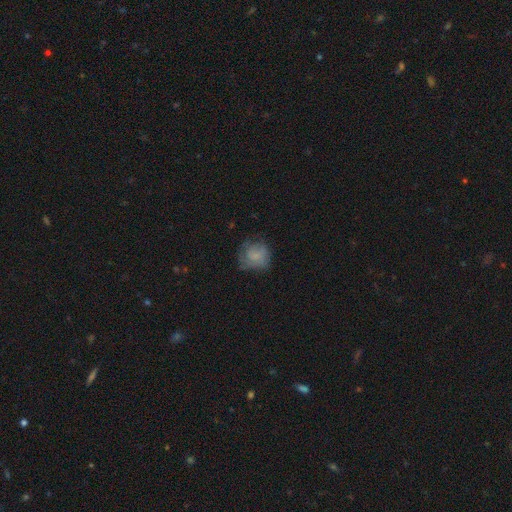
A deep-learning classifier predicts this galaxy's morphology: Smooth or featured? smooth (61%)
How rounded? round (76%)
Merging? none (54%)